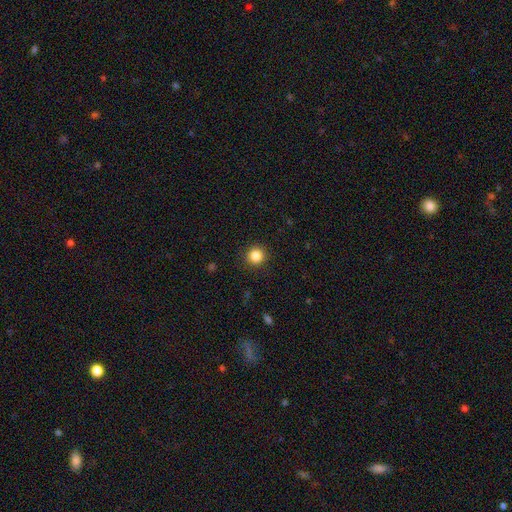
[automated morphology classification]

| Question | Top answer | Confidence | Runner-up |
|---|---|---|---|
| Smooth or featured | smooth | 85% | star or artifact (11%) |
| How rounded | round | 94% | in between (5%) |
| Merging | none | 91% | minor disturbance (6%) |